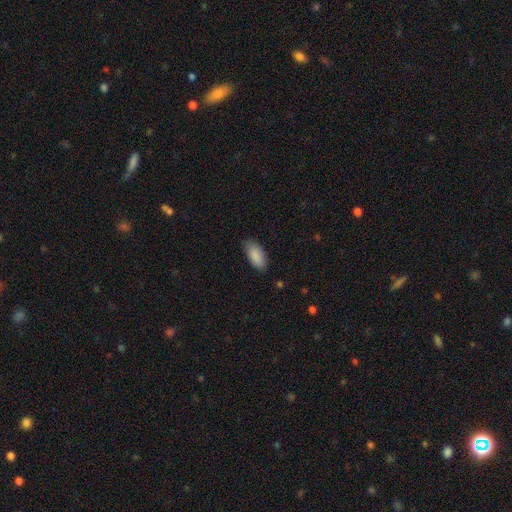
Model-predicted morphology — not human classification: This appears to be a smooth galaxy with no disk features (89%) that is in between round and cigar-shaped (90%). Merging: none (78%).